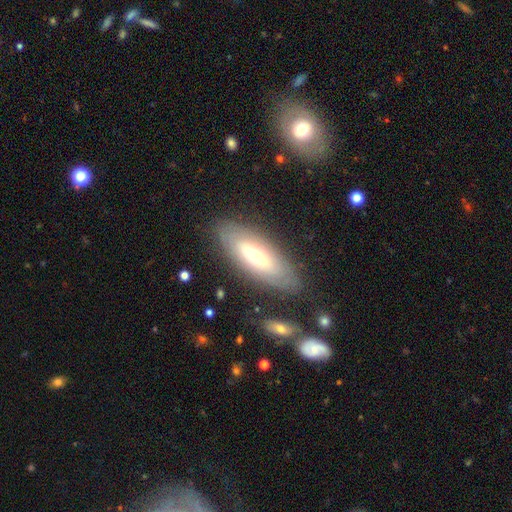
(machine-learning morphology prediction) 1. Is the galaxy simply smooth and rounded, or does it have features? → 47% featured or disk, 46% smooth, 7% star or artifact.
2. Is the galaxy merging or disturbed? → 82% none, 12% minor disturbance, 4% major disturbance, 3% merger.